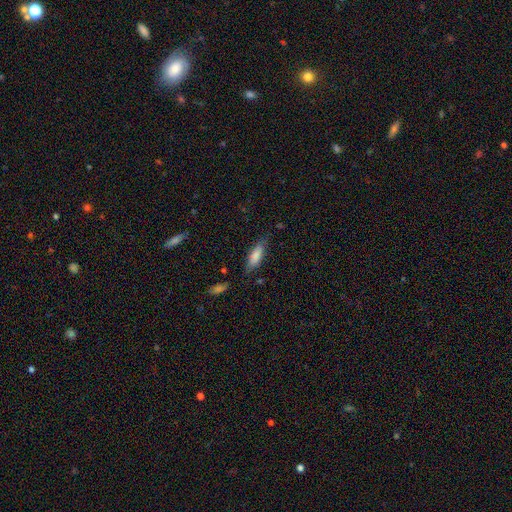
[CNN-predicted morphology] The model was most divided on "how rounded": in between: 54%, cigar-shaped: 44%, round: 2%. More confident: smooth or featured — smooth (81%); merging — none (72%).